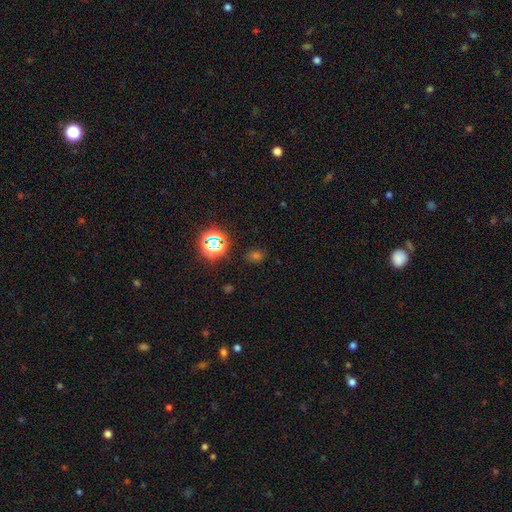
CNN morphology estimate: A star or artifact, not a galaxy (47%, tied with smooth).

Vote fractions:
- Smooth or featured? star or artifact: 47% (tied) / smooth: 47% (tied) / featured or disk: 7%